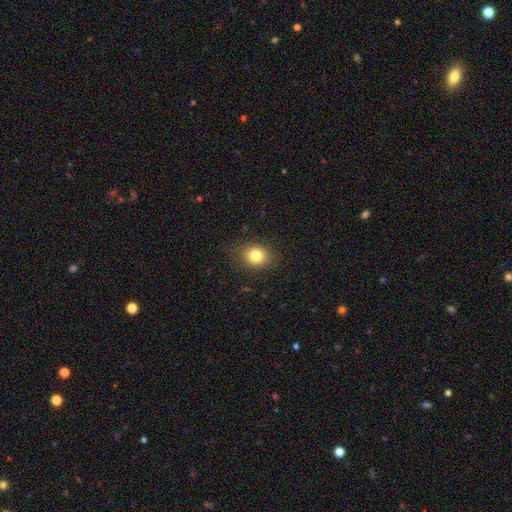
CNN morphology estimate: Smooth or featured?
  - smooth: 80% *
  - star or artifact: 11%
  - featured or disk: 8%
How rounded?
  - round: 59% *
  - in between: 41%
  - cigar-shaped: 1%
Merging?
  - none: 86% *
  - minor disturbance: 10%
  - major disturbance: 3%
  - merger: 1%